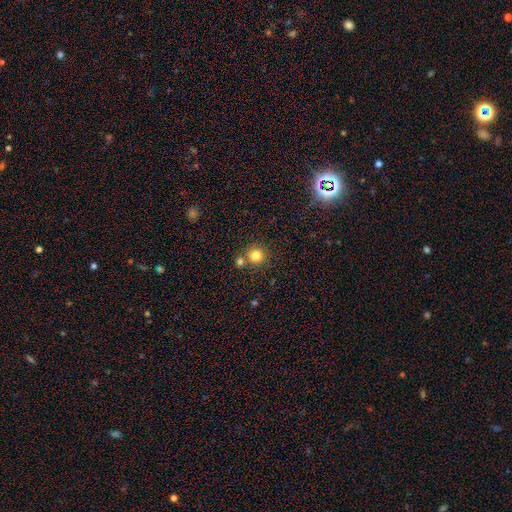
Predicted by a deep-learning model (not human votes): Overall: smooth (80%). How rounded: round (93%). Merging: none (70%).